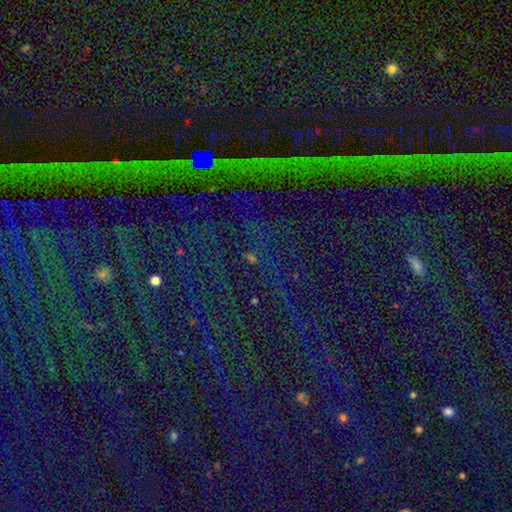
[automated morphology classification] Smooth or featured: star or artifact — 81% (smooth — 12%)